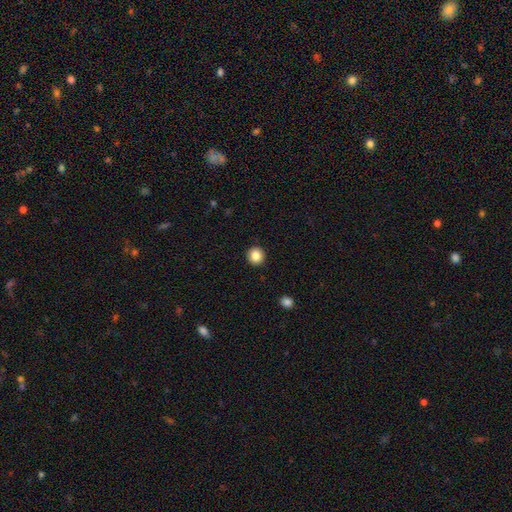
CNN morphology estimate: smooth-or-featured: smooth: 86% | star or artifact: 10% | featured or disk: 5%
  how-rounded: round: 93% | in between: 6% | cigar-shaped: 1%
  merging: none: 93% | minor disturbance: 5% | major disturbance: 2% | merger: 1%